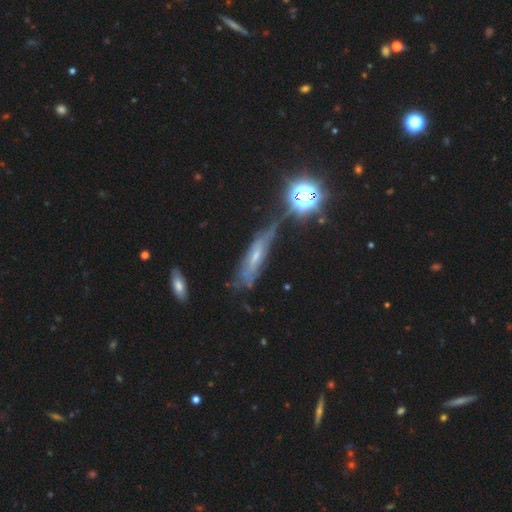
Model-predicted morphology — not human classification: This is possibly a featured or disk galaxy (56%). It is possibly not viewed edge-on (53%). Merging: possibly none (50%).